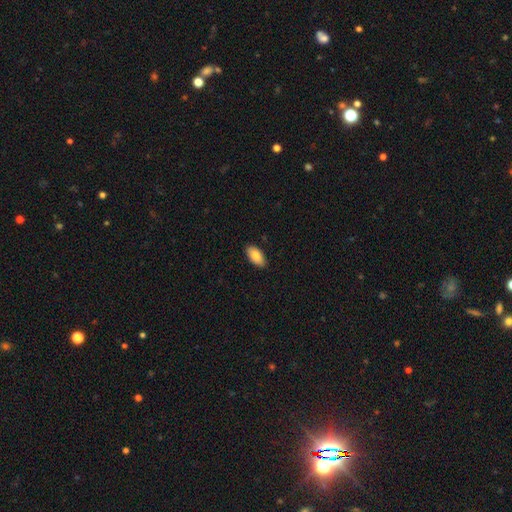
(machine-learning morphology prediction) Smooth or featured? smooth (85%)
How rounded? in between (93%)
Merging? none (88%)